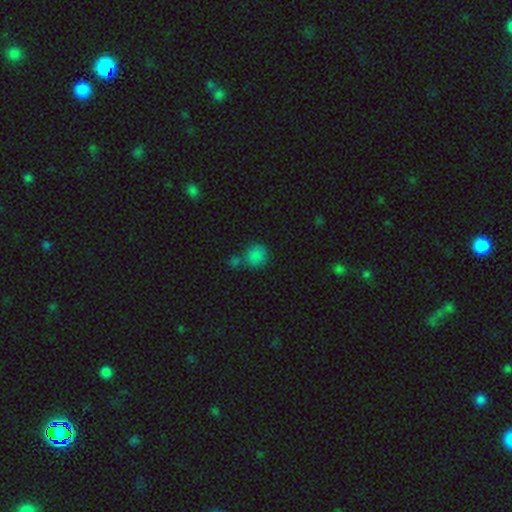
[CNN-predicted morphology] A smooth galaxy with no disk features (81%) that is round (85%). Merging: none (54%).